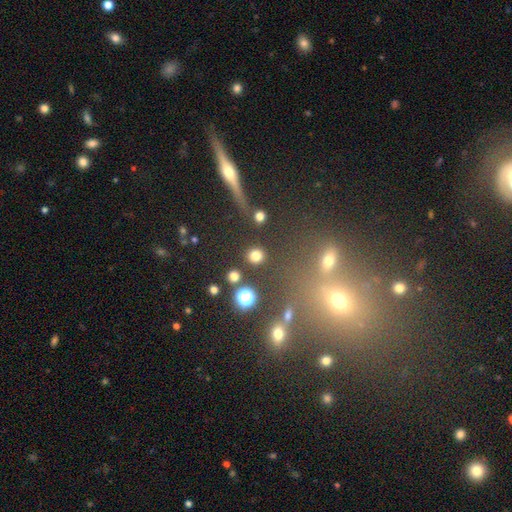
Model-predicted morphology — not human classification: Smooth or featured: smooth — 81% (star or artifact — 14%)
How rounded: round — 88% (in between — 10%)
Merging: none — 88% (minor disturbance — 6%)